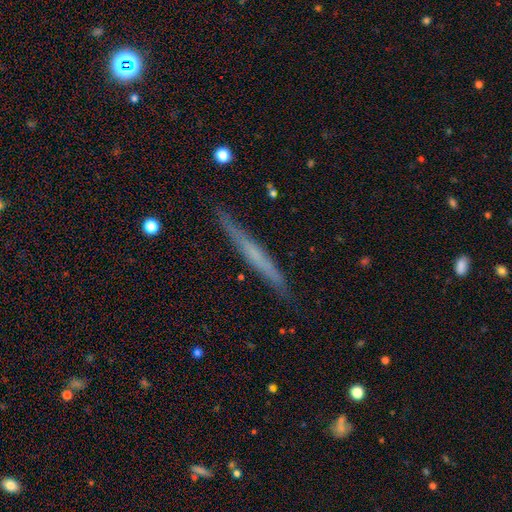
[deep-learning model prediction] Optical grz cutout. It shows a featured or disk galaxy (52%) viewed edge-on (96%). Merging: none (88%).